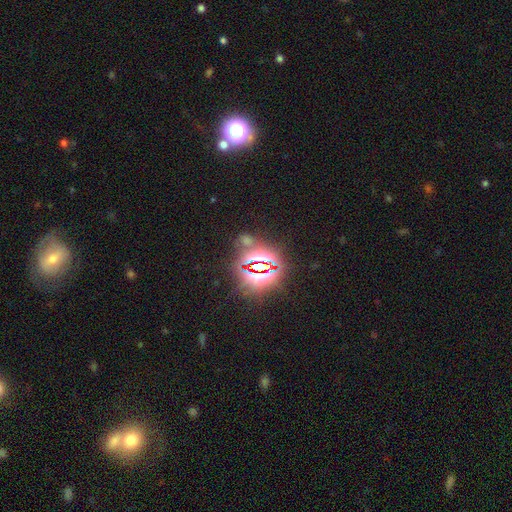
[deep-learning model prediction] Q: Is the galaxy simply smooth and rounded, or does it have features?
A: star or artifact — 80%.